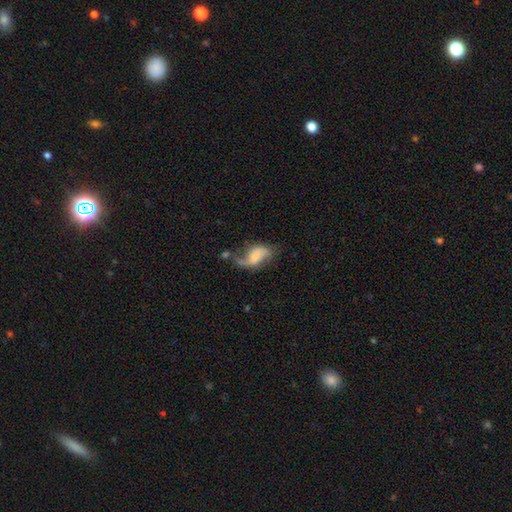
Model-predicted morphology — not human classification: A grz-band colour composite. It shows a featured or disk galaxy (56%) with no bar (50%), spiral arms (85%) and no central bulge (34%). Merging: none (36%).